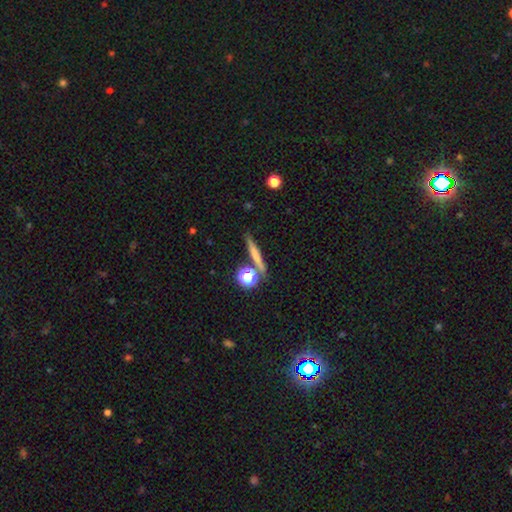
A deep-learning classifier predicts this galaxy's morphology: Smooth or featured? Predicted: smooth (p=0.60). How rounded? Predicted: cigar-shaped (p=0.78). Merging? Predicted: none (p=0.77).